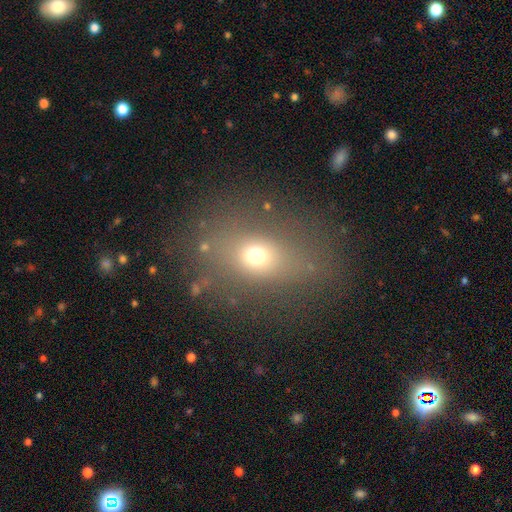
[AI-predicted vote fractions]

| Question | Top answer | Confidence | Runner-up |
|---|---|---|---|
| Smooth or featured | smooth | 67% | star or artifact (19%) |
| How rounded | in between | 56% | round (41%) |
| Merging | none | 72% | minor disturbance (14%) |